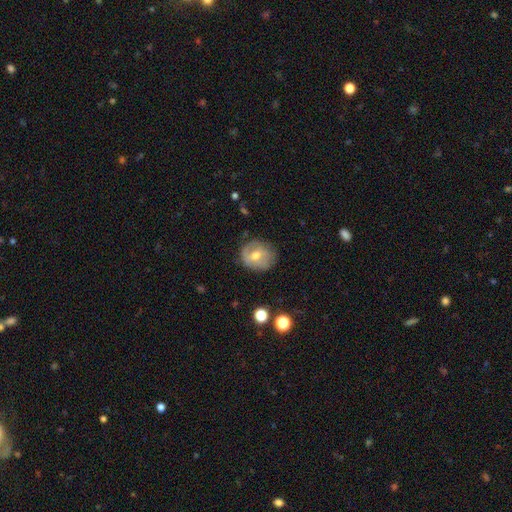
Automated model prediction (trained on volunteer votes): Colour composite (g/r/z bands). It shows a smooth galaxy with no disk features (49%). Merging: none (75%).